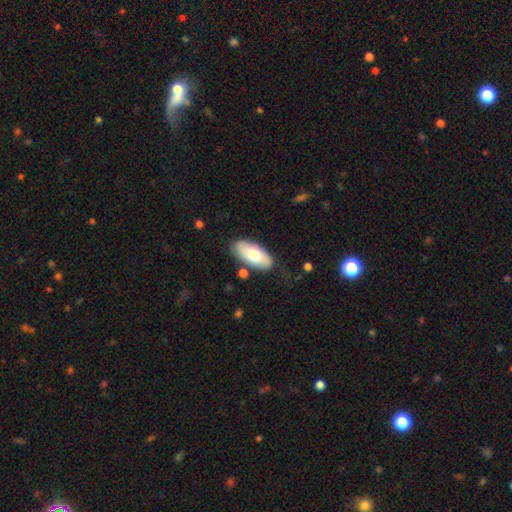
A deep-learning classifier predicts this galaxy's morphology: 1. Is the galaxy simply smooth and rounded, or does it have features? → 74% smooth, 21% featured or disk, 6% star or artifact.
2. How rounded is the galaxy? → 91% in between, 7% cigar-shaped, 2% round.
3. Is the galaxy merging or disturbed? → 76% none, 16% minor disturbance, 4% major disturbance, 3% merger.